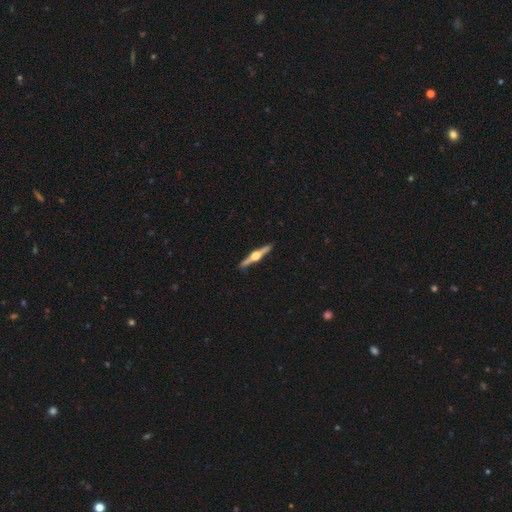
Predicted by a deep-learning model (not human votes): A featured or disk galaxy (82%) viewed edge-on (98%) with a rounded central bulge (96%). Merging: none (92%).